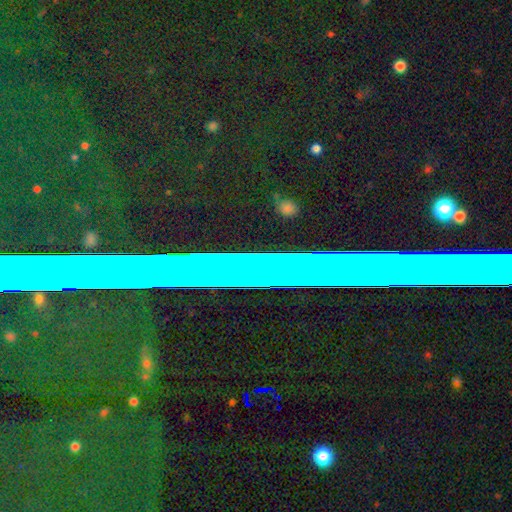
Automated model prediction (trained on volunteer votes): star or artifact 65%, smooth 20%, featured or disk 15%.